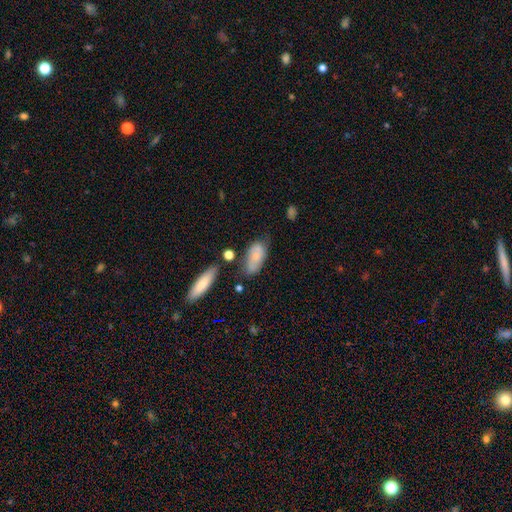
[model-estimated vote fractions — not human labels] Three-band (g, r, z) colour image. It shows a smooth galaxy with no disk features (65%) that is in between round and cigar-shaped (88%). Merging: none (55%).